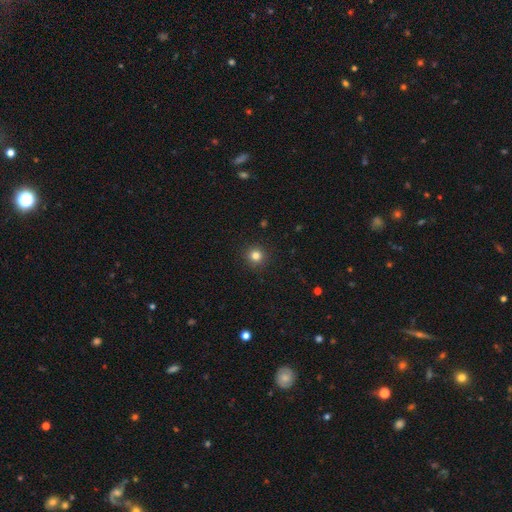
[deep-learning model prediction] smooth_or_featured: smooth (p=0.82) [alt: star or artifact p=0.13]
how_rounded: round (p=0.95) [alt: in between p=0.04]
merging: none (p=0.92) [alt: minor disturbance p=0.05]